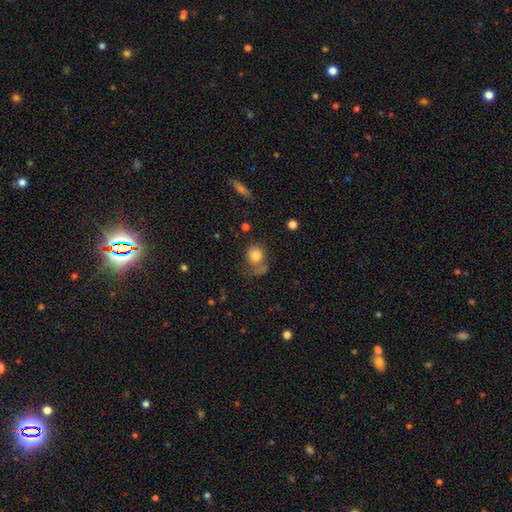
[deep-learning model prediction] This appears to be a smooth galaxy with no disk features (79%) that is round (75%). Merging: none (46%).